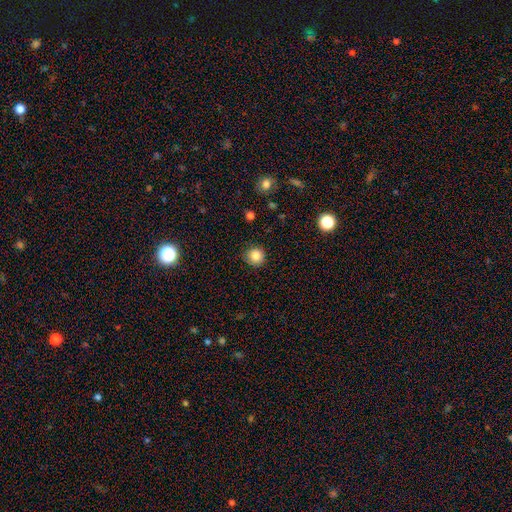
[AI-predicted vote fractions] This is clearly a smooth galaxy (84%). How rounded: clearly round (93%). Merging: clearly none (87%).